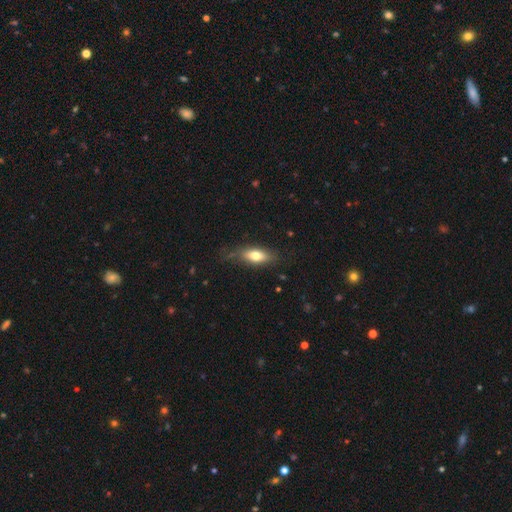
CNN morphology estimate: This appears to be a smooth galaxy with no disk features (68%) that is in between round and cigar-shaped (74%). Merging: none (70%).